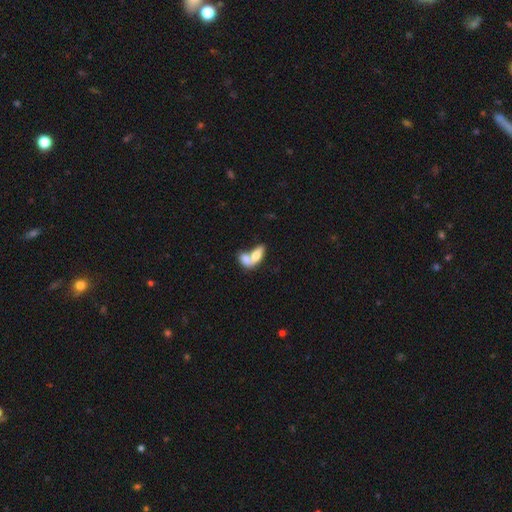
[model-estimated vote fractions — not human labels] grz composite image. It shows a smooth galaxy with no disk features (66%) that is in between round and cigar-shaped (80%). Merging: merger (70%).